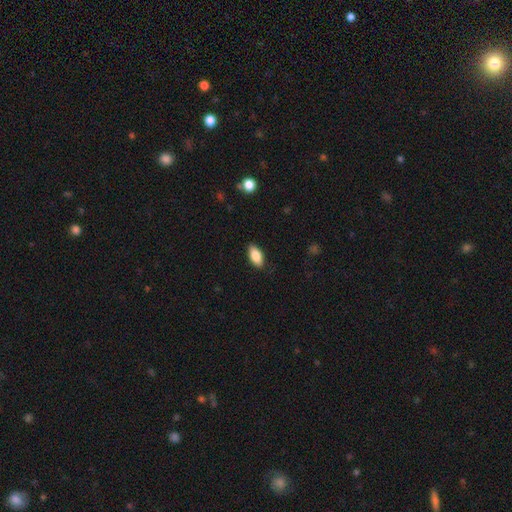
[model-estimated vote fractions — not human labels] A smooth galaxy with no disk features (84%) that is in between round and cigar-shaped (89%).

Vote fractions:
- Smooth or featured? smooth: 84% / featured or disk: 9% / star or artifact: 7%
- How rounded? in between: 89% / cigar-shaped: 8% / round: 3%
- Merging? none: 87% / minor disturbance: 10% / major disturbance: 2% / merger: 1%